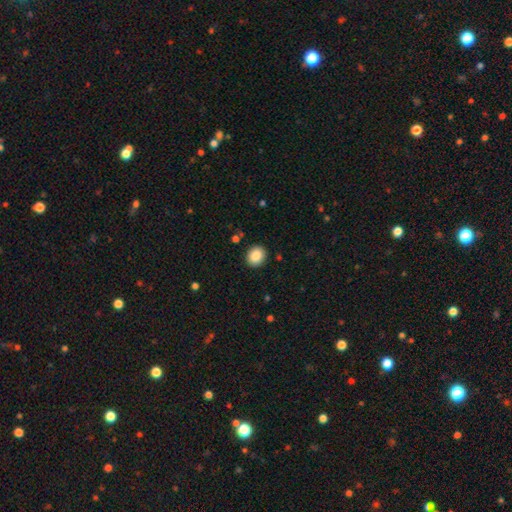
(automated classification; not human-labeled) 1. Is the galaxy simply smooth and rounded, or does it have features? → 87% smooth, 8% star or artifact, 5% featured or disk.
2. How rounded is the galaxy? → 69% round, 30% in between, 1% cigar-shaped.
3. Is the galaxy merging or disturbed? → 91% none, 6% minor disturbance, 2% major disturbance, 1% merger.